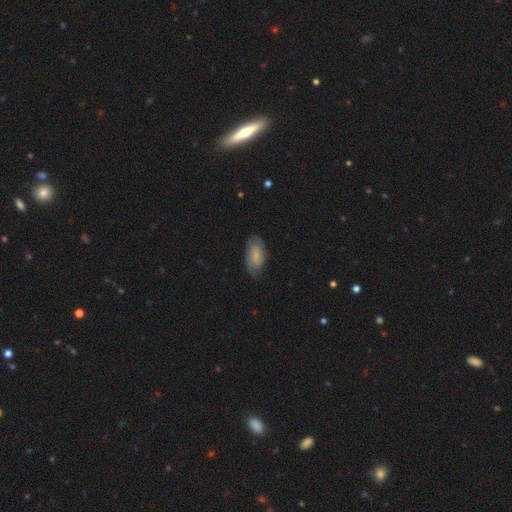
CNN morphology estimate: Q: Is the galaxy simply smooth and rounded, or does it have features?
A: smooth — 54%.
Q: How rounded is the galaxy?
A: in between — 91%.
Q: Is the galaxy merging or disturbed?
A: none — 74%.